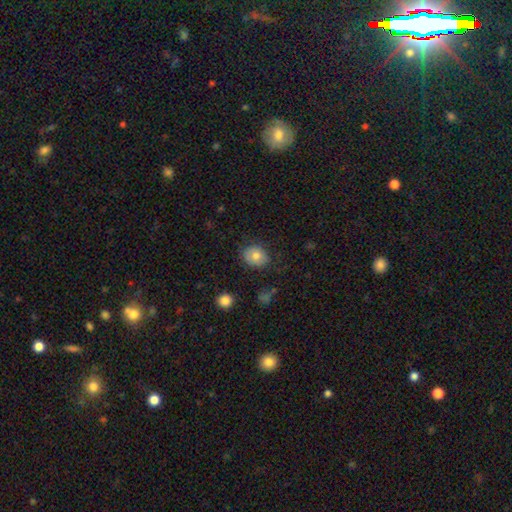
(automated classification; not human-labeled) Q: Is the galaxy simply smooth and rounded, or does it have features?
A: smooth — 77%.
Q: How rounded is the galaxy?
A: round — 61%.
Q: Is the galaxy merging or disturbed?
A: none — 80%.